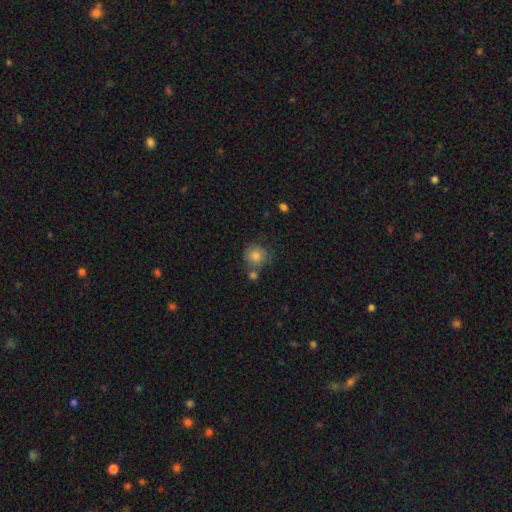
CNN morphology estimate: smooth-or-featured: smooth: 80% | featured or disk: 10% | star or artifact: 10%
  how-rounded: round: 87% | in between: 12% | cigar-shaped: 1%
  merging: none: 63% | merger: 16% | minor disturbance: 16% | major disturbance: 5%